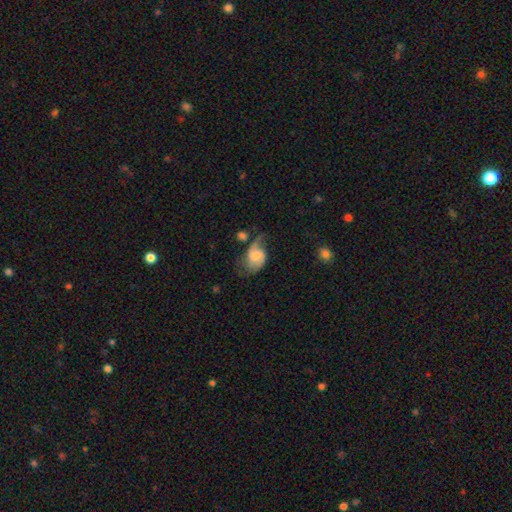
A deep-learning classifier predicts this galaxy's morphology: featured or disk 61%, smooth 31%, star or artifact 8%. Down the decision tree: edge-on disk — no (97%); bar — no (49%); spiral arms — yes (88%); spiral arm count — 2 (63%); spiral winding — loose (54%); bulge size — moderate (31%, tied with small); merging — none (33%).